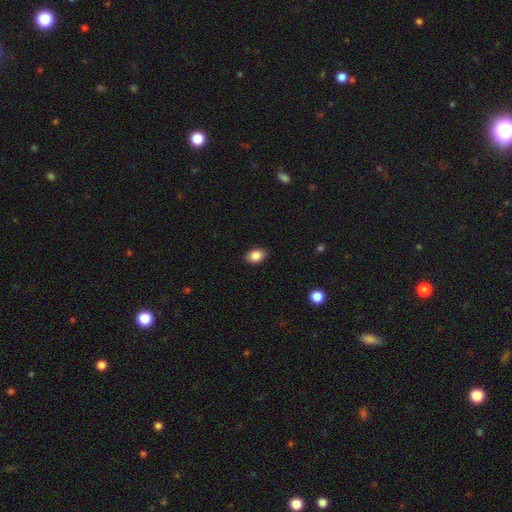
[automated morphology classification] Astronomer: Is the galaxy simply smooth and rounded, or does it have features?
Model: smooth — 87%.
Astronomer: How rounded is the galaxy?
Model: in between — 81%.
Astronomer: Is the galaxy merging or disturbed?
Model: none — 88%.